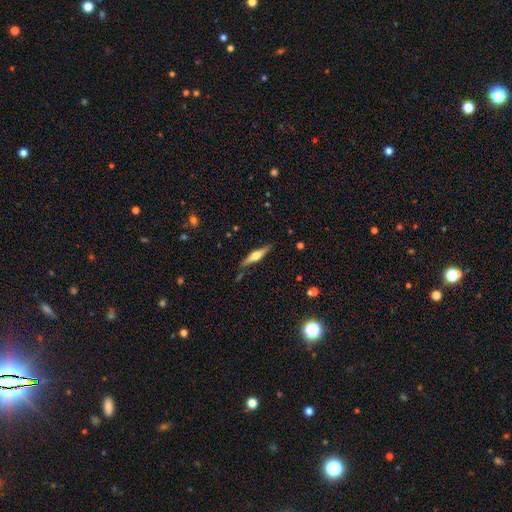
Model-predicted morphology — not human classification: Smooth or featured? Predicted: featured or disk (p=0.64). Edge-on disk? Predicted: yes (p=0.96). Edge-on bulge? Predicted: rounded (p=0.91). Merging? Predicted: none (p=0.81).